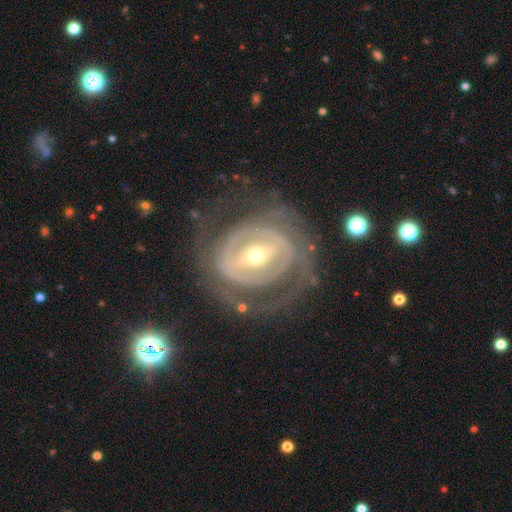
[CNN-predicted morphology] Overall: featured or disk (85%). Edge-on disk: no (96%). Bar: strong (49%; weak 32%). Spiral arms: yes (73%). Spiral arm count: 2 (40%; can't tell 34%). Spiral winding: tight (62%; medium 26%). Bulge size: small (53%; moderate 42%). Merging: none (62%).